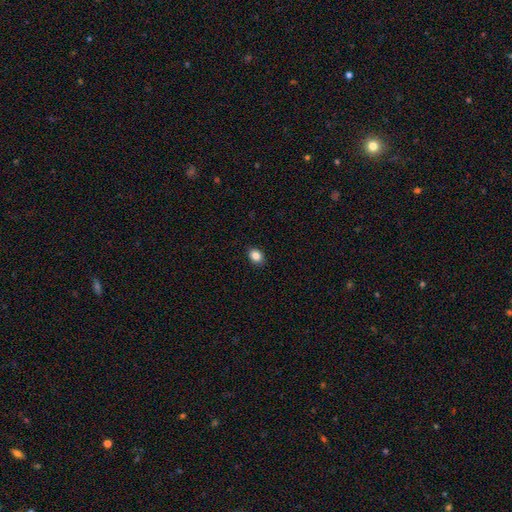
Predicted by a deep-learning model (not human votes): A smooth galaxy with no disk features (86%) that is in between round and cigar-shaped (61%).

Vote fractions:
- Smooth or featured? smooth: 86% / star or artifact: 10% / featured or disk: 5%
- How rounded? in between: 61% / round: 38% / cigar-shaped: 1%
- Merging? none: 89% / minor disturbance: 8% / major disturbance: 2% / merger: 1%